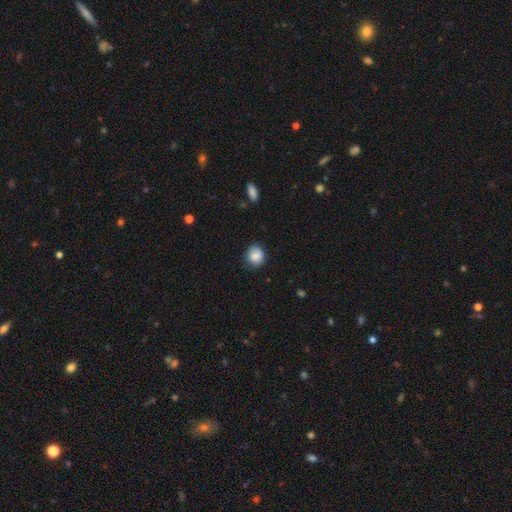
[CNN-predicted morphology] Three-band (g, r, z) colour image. It shows a smooth galaxy with no disk features (83%) that is round (69%). Merging: none (74%).